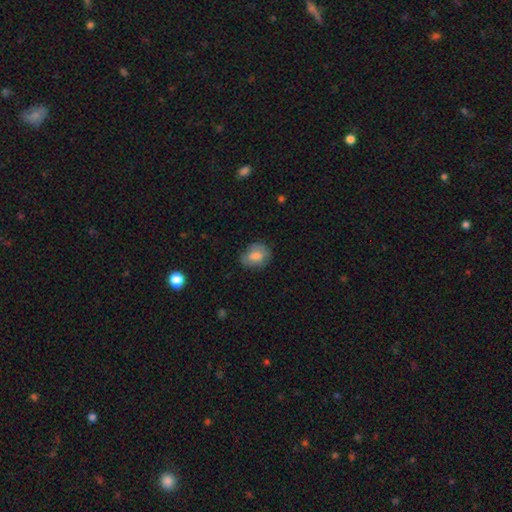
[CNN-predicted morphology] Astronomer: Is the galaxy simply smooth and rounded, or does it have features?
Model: smooth — 74%.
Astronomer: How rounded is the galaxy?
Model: in between — 51% (runner-up: round, 48%).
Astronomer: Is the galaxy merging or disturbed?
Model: none — 67%.